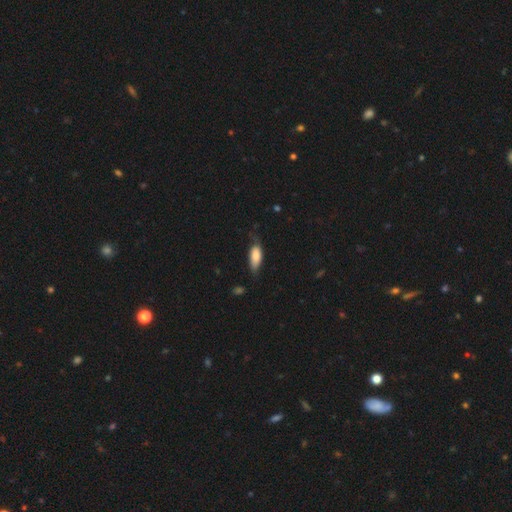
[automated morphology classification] This appears to be a smooth galaxy with no disk features (81%) that is in between round and cigar-shaped (83%). Merging: none (53%).